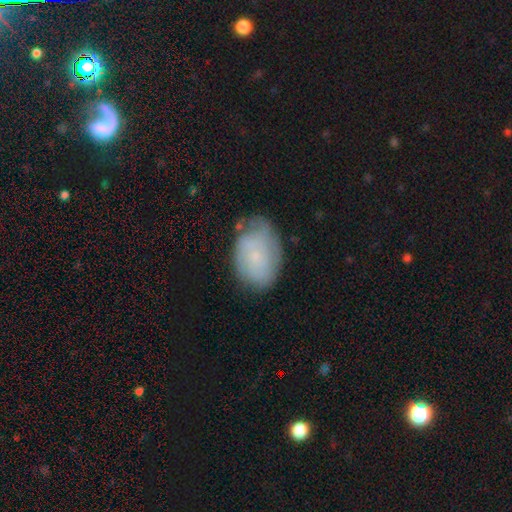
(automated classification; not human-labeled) Smooth or featured? Predicted: smooth (p=0.50). Merging? Predicted: none (p=0.57).